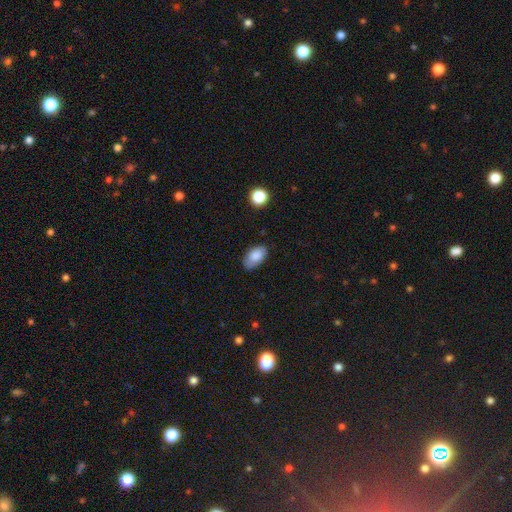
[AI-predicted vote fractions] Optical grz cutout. It shows a smooth galaxy with no disk features (85%) that is in between round and cigar-shaped (93%). Merging: none (76%).